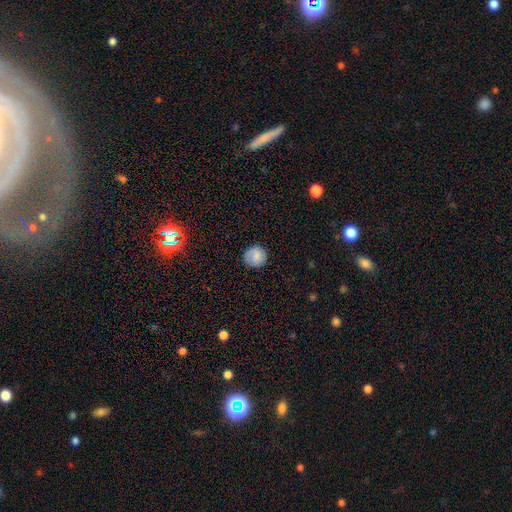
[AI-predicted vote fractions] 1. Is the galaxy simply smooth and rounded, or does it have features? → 78% smooth, 14% featured or disk, 8% star or artifact.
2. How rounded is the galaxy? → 91% round, 8% in between, 1% cigar-shaped.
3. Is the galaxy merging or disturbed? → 84% none, 12% minor disturbance, 3% major disturbance, 1% merger.